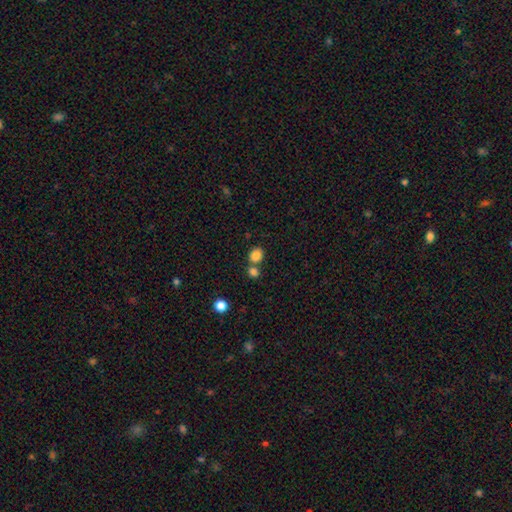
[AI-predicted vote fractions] Smooth or featured? Predicted: smooth (p=0.84). How rounded? Predicted: round (p=0.63). Merging? Predicted: none (p=0.58).